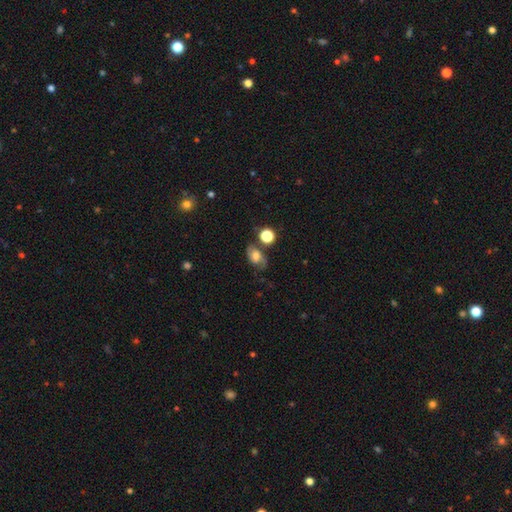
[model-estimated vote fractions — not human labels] smooth 49%, featured or disk 38%, star or artifact 13%. Down the decision tree: merging — none (60%).